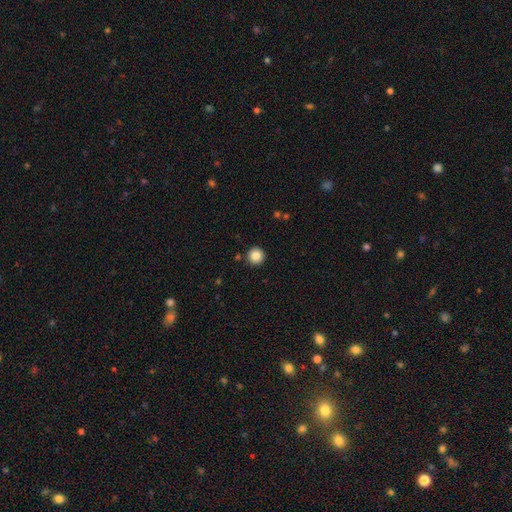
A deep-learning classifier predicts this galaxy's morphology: Q: Smooth or featured?
A: smooth (85%); runner-up: star or artifact (10%)
Q: How rounded?
A: round (96%); runner-up: in between (3%)
Q: Merging?
A: none (91%); runner-up: minor disturbance (5%)